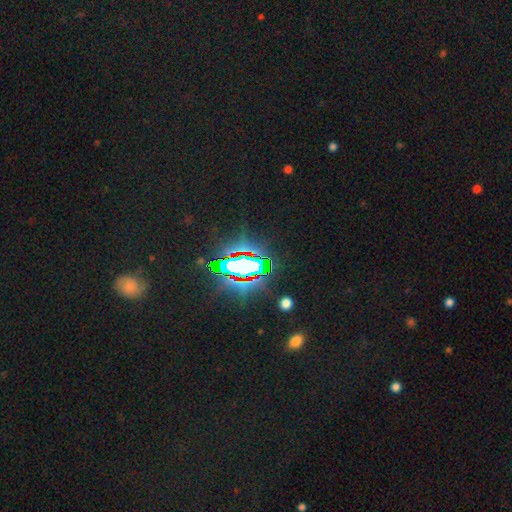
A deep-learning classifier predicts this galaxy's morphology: A star or artifact, not a galaxy (82%).

Vote fractions:
- Smooth or featured? star or artifact: 82% / smooth: 11% / featured or disk: 7%